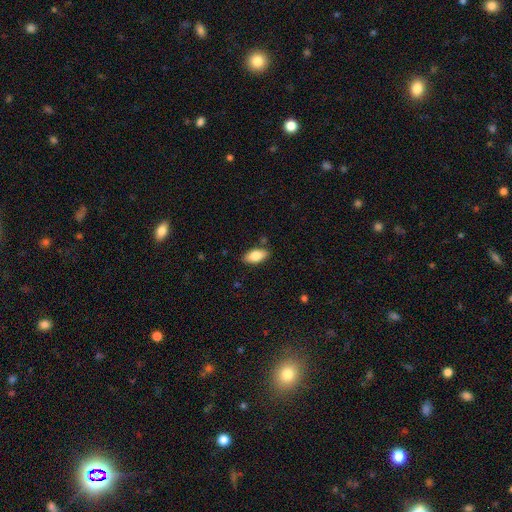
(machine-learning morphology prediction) This appears to be a smooth galaxy with no disk features (80%) that is in between round and cigar-shaped (90%). Merging: none (85%).